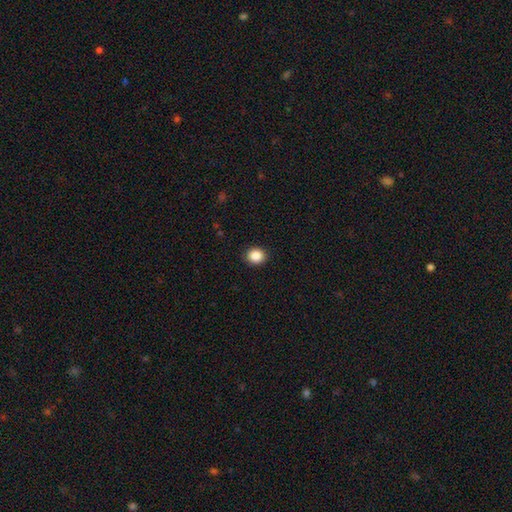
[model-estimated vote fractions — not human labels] Q: Smooth or featured?
A: smooth (88%); runner-up: star or artifact (9%)
Q: How rounded?
A: round (74%); runner-up: in between (25%)
Q: Merging?
A: none (90%); runner-up: minor disturbance (7%)